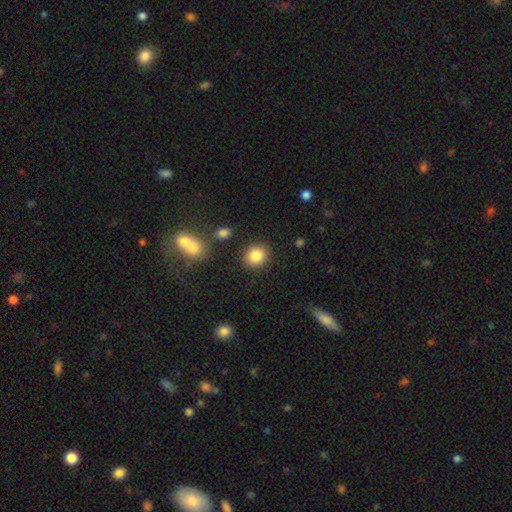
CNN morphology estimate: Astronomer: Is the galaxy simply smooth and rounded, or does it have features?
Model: smooth — 86%.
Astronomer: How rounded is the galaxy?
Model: round — 81%.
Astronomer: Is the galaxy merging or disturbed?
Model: none — 86%.